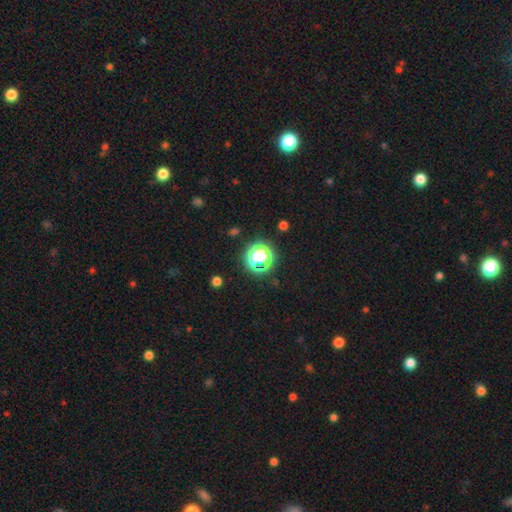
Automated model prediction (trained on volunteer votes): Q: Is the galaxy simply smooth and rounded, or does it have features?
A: star or artifact — 68%.